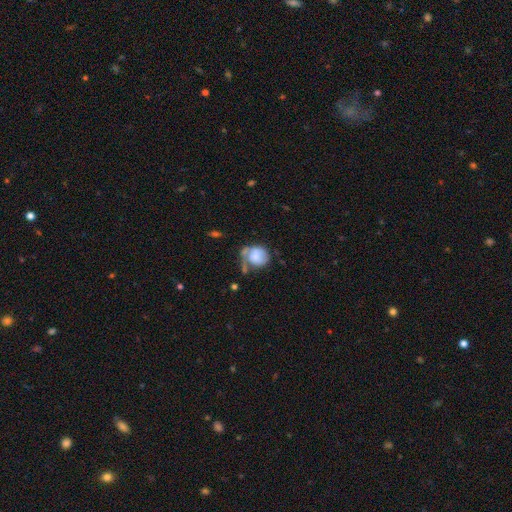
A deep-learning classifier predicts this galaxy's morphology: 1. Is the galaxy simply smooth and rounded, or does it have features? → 59% smooth, 33% featured or disk, 8% star or artifact.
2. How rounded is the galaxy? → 59% round, 40% in between, 1% cigar-shaped.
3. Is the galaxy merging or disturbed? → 30% major disturbance, 29% none, 27% minor disturbance, 14% merger.